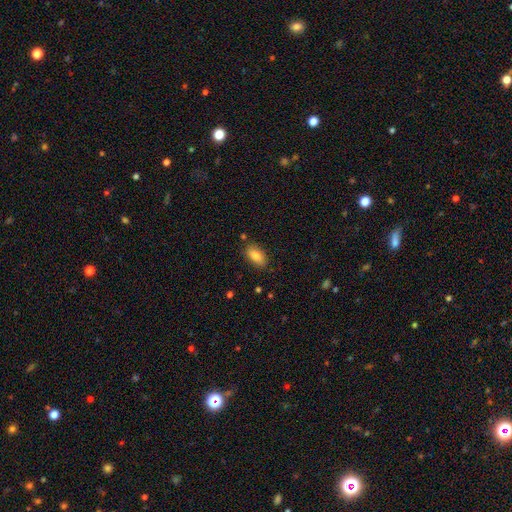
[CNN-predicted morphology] The model was most divided on "smooth or featured": smooth: 80%, featured or disk: 12%, star or artifact: 8%. More confident: how rounded — in between (89%); merging — none (84%).